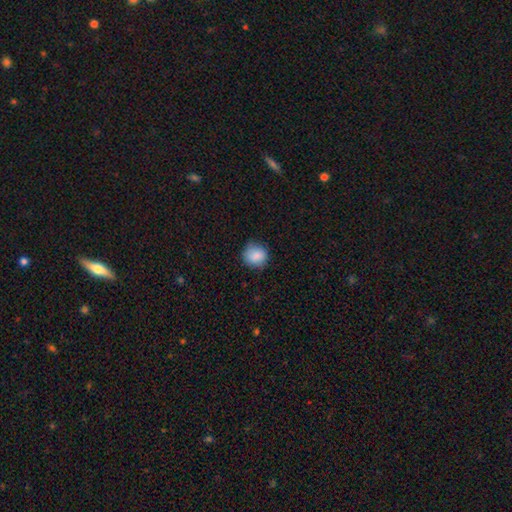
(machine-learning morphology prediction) A smooth galaxy with no disk features (87%) that is round (86%).

Vote fractions:
- Smooth or featured? smooth: 87% / star or artifact: 8% / featured or disk: 5%
- How rounded? round: 86% / in between: 13% / cigar-shaped: 1%
- Merging? none: 77% / minor disturbance: 18% / major disturbance: 4% / merger: 1%